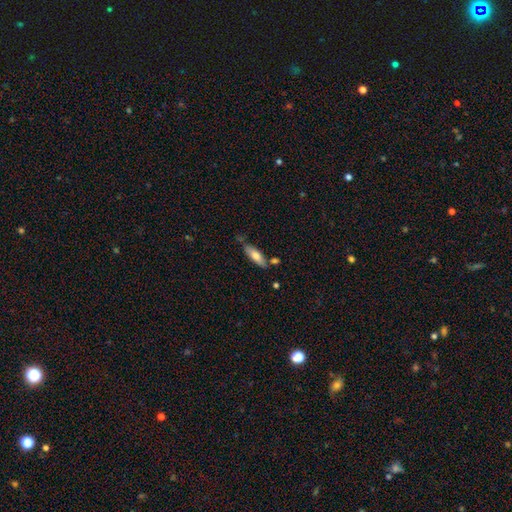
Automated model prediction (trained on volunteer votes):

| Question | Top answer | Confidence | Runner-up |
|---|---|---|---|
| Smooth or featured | smooth | 68% | featured or disk (25%) |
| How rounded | in between | 54% | cigar-shaped (44%) |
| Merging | none | 66% | minor disturbance (19%) |